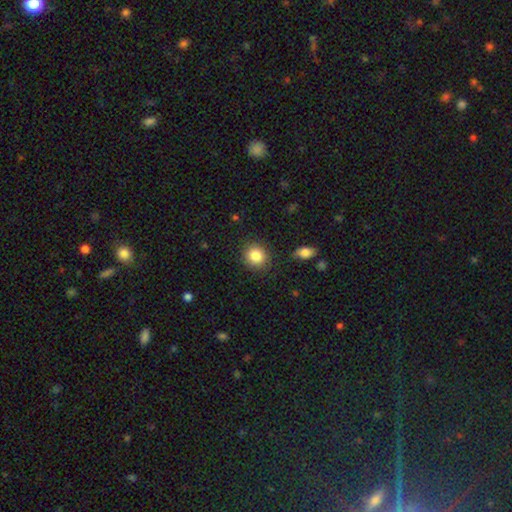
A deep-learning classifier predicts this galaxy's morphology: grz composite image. It shows a smooth galaxy with no disk features (85%) that is round (85%). Merging: none (88%).